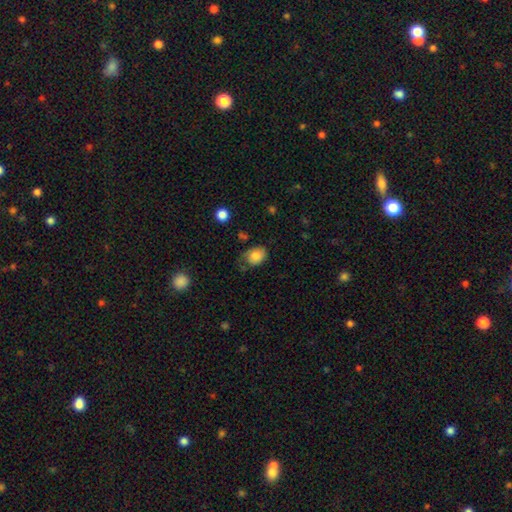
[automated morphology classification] Q: Smooth or featured?
A: smooth (83%); runner-up: star or artifact (9%)
Q: How rounded?
A: in between (65%); runner-up: round (34%)
Q: Merging?
A: none (62%); runner-up: minor disturbance (27%)